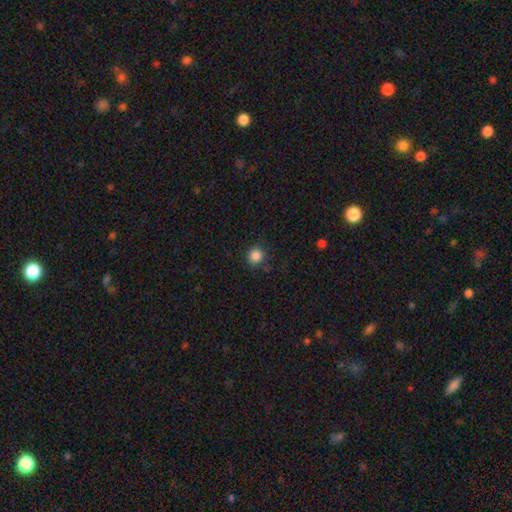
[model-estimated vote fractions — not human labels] A smooth galaxy with no disk features (86%) that is round (93%). Merging: none (87%).